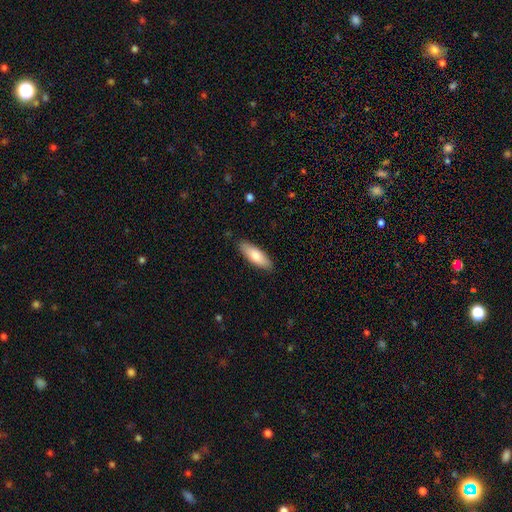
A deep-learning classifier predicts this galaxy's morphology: A smooth galaxy with no disk features (80%) that is in between round and cigar-shaped (61%). Merging: none (87%).